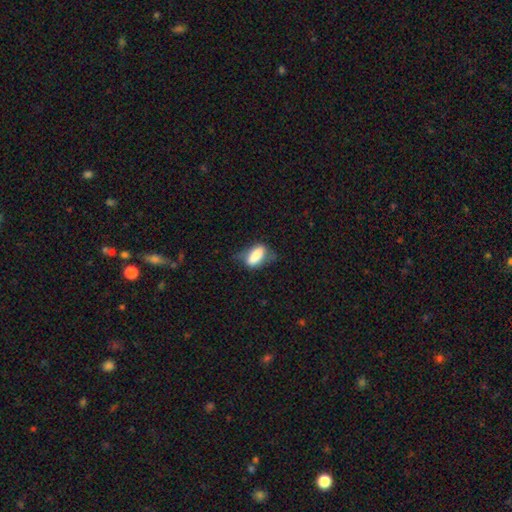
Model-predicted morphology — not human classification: Q: Smooth or featured?
A: smooth (74%); runner-up: featured or disk (18%)
Q: How rounded?
A: in between (78%); runner-up: cigar-shaped (18%)
Q: Merging?
A: none (47%); runner-up: minor disturbance (33%)